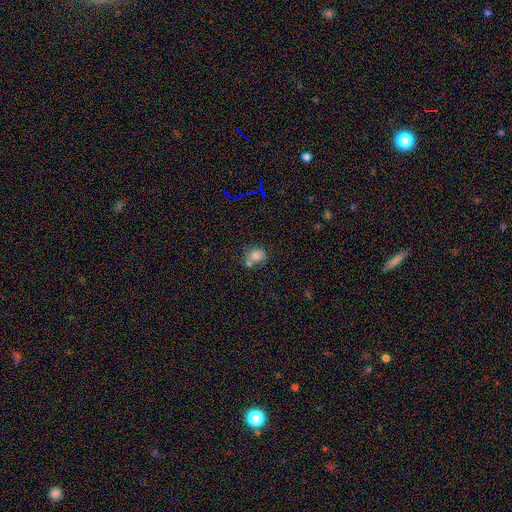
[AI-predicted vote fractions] Smooth or featured?
  - smooth: 73% *
  - star or artifact: 15%
  - featured or disk: 12%
How rounded?
  - round: 67% *
  - in between: 32%
  - cigar-shaped: 1%
Merging?
  - none: 55% *
  - merger: 22%
  - minor disturbance: 17%
  - major disturbance: 5%